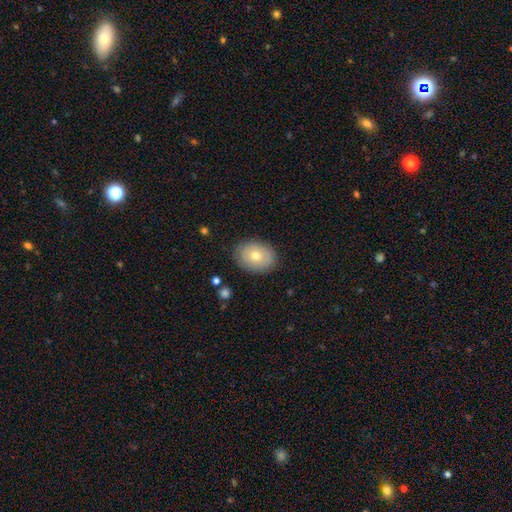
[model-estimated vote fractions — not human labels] smooth-or-featured: smooth: 67% | featured or disk: 26% | star or artifact: 7%
  how-rounded: in between: 65% | round: 34% | cigar-shaped: 1%
  merging: none: 84% | minor disturbance: 12% | major disturbance: 3% | merger: 1%